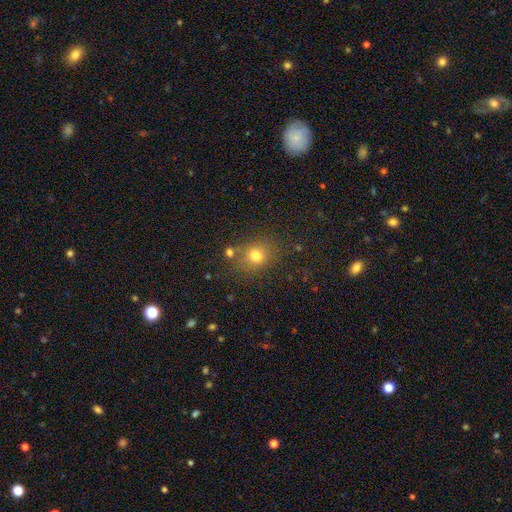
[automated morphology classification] smooth 74%, star or artifact 17%, featured or disk 9%. Down the decision tree: how rounded — round (70%); merging — none (75%).